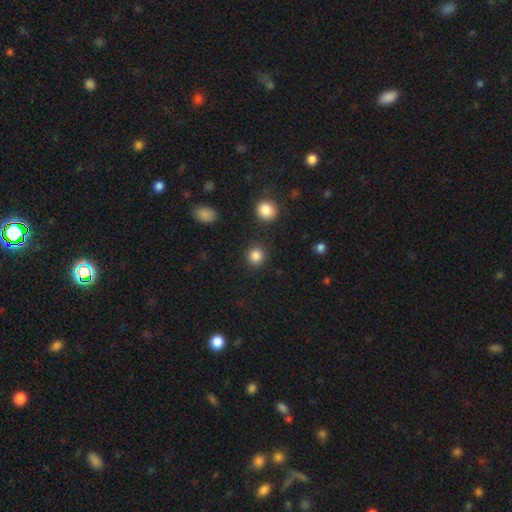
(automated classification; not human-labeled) Smooth or featured?
  - smooth: 85% *
  - star or artifact: 11%
  - featured or disk: 4%
How rounded?
  - round: 92% *
  - in between: 7%
  - cigar-shaped: 1%
Merging?
  - none: 90% *
  - minor disturbance: 6%
  - major disturbance: 3%
  - merger: 2%